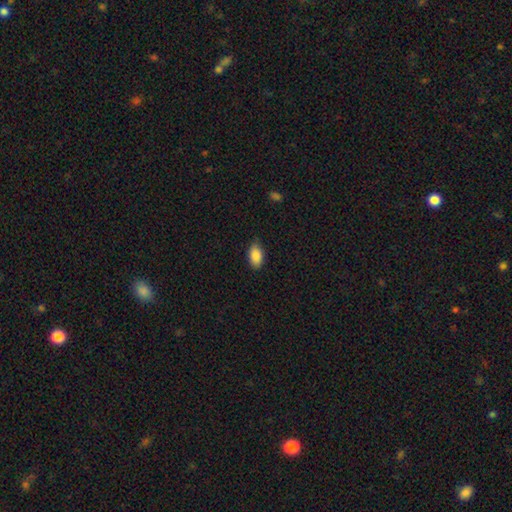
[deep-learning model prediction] A smooth galaxy with no disk features (88%) that is in between round and cigar-shaped (93%).

Vote fractions:
- Smooth or featured? smooth: 88% / star or artifact: 7% / featured or disk: 5%
- How rounded? in between: 93% / round: 5% / cigar-shaped: 3%
- Merging? none: 81% / minor disturbance: 15% / major disturbance: 3% / merger: 1%